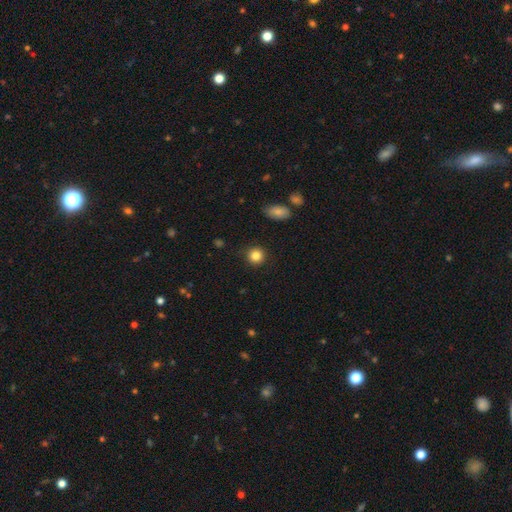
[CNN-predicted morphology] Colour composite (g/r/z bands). It shows a smooth galaxy with no disk features (84%) that is round (92%). Merging: none (89%).